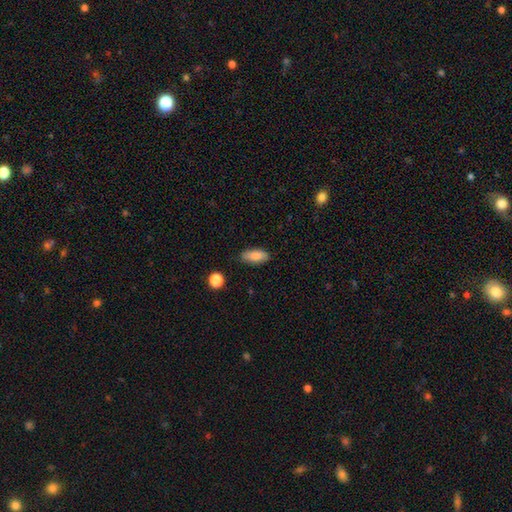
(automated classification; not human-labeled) This appears to be a smooth galaxy with no disk features (85%) that is in between round and cigar-shaped (83%). Merging: none (82%).